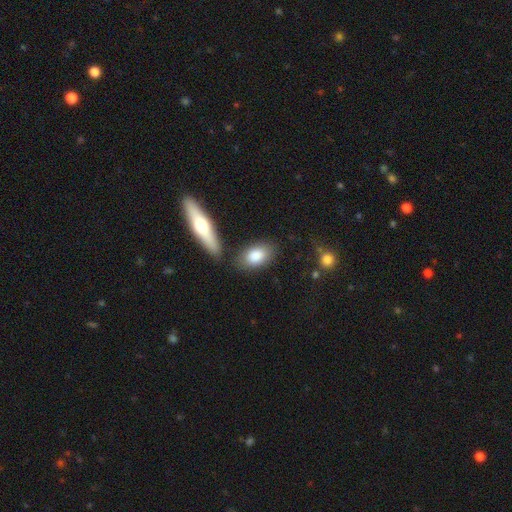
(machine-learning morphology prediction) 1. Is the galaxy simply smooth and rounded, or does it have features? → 84% smooth, 10% featured or disk, 6% star or artifact.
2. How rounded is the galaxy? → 88% in between, 7% round, 4% cigar-shaped.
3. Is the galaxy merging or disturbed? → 73% none, 14% minor disturbance, 9% merger, 4% major disturbance.